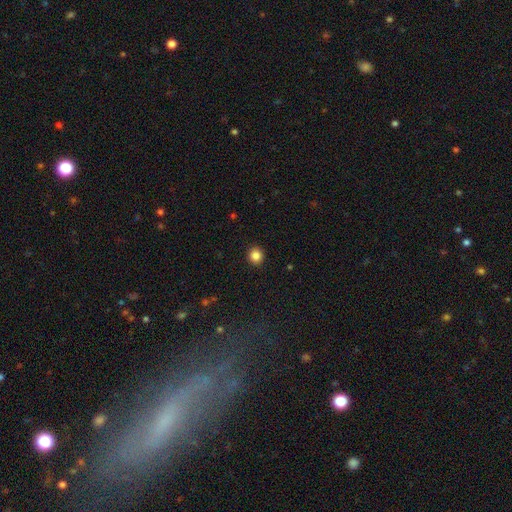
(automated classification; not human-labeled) This is clearly a smooth galaxy (85%). How rounded: clearly round (90%). Merging: clearly none (93%).